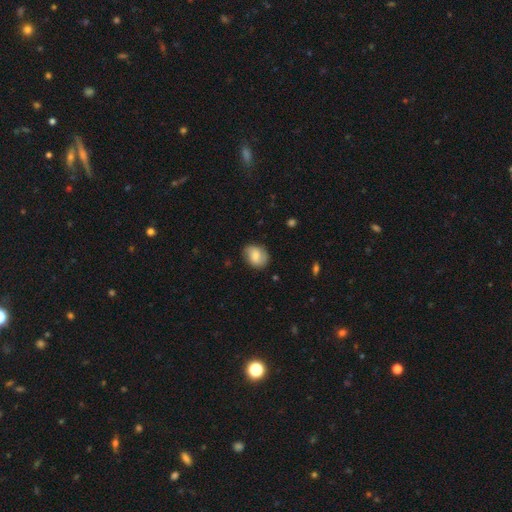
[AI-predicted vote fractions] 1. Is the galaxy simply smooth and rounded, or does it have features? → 69% smooth, 24% featured or disk, 8% star or artifact.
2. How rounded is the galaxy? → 54% in between, 45% round, 1% cigar-shaped.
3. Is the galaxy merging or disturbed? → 74% none, 20% minor disturbance, 5% major disturbance, 1% merger.